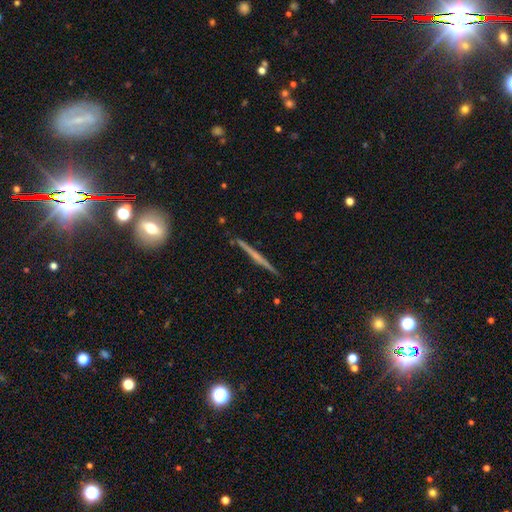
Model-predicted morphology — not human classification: Smooth or featured: featured or disk — 68% (smooth — 25%)
Edge-on disk: yes — 98% (no — 2%)
Edge-on bulge: none — 63% (rounded — 29%)
Merging: none — 91% (minor disturbance — 7%)